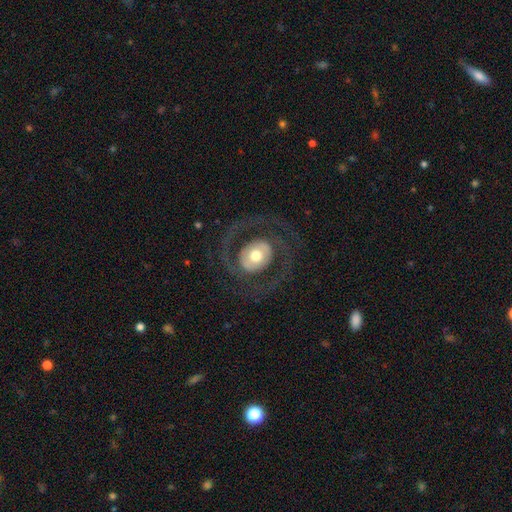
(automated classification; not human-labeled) Q: Smooth or featured?
A: featured or disk (63%); runner-up: smooth (31%)
Q: Edge-on disk?
A: no (95%); runner-up: yes (5%)
Q: Bar?
A: no (72%); runner-up: weak (19%)
Q: Spiral arms?
A: no (52%); runner-up: yes (48%)
Q: Bulge size?
A: moderate (60%); runner-up: large (27%)
Q: Merging?
A: none (74%); runner-up: major disturbance (15%)